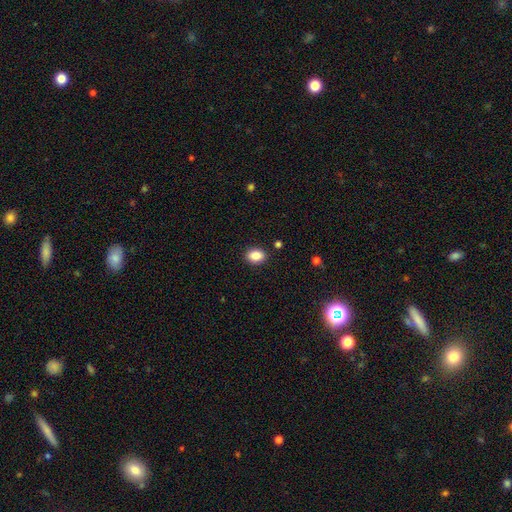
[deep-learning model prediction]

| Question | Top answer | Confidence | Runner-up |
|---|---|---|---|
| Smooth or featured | smooth | 86% | star or artifact (9%) |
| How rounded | in between | 70% | round (29%) |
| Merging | none | 89% | minor disturbance (7%) |